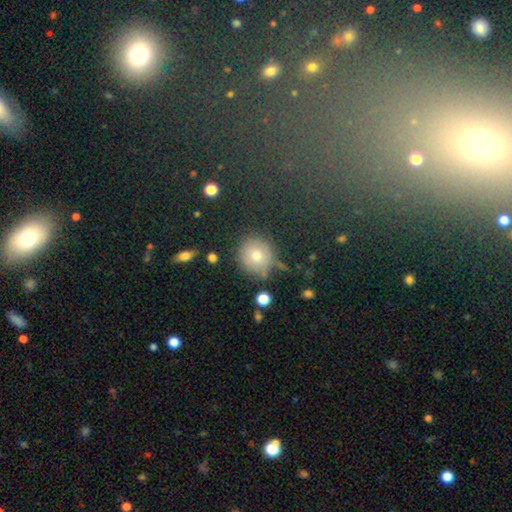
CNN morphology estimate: type=smooth (73%); roundness=round (89%); merging=none (73%).